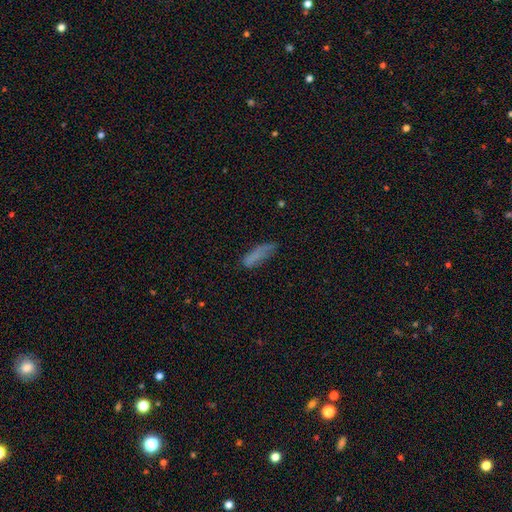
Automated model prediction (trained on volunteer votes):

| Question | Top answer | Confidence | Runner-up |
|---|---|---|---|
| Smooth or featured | smooth | 75% | featured or disk (13%) |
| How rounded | cigar-shaped | 54% | in between (43%) |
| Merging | none | 58% | minor disturbance (27%) |